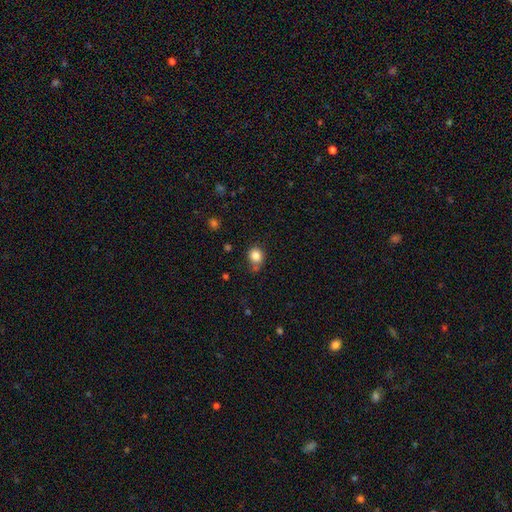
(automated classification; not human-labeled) Morphology: type=smooth (84%); roundness=round (71%); merging=none (62%).